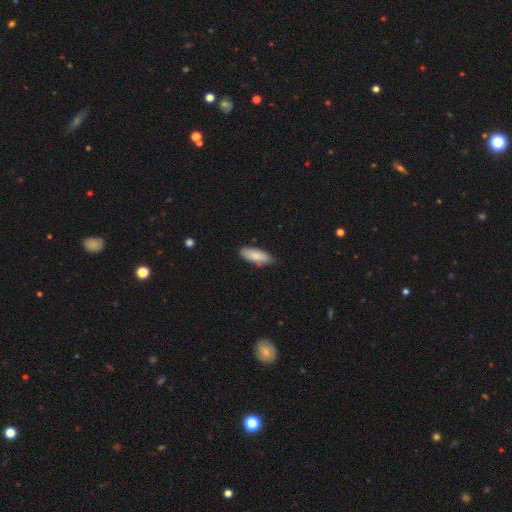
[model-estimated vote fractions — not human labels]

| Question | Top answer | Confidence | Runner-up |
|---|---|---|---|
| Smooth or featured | smooth | 83% | featured or disk (11%) |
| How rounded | in between | 77% | cigar-shaped (21%) |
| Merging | none | 81% | minor disturbance (16%) |